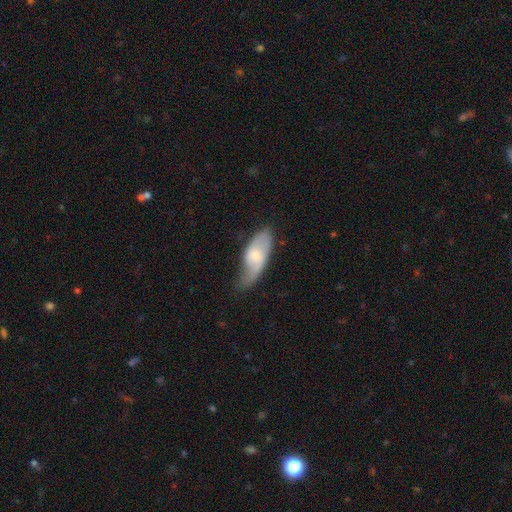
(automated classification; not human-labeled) Q: Smooth or featured?
A: featured or disk (48%); runner-up: smooth (46%)
Q: Merging?
A: none (44%); runner-up: minor disturbance (37%)